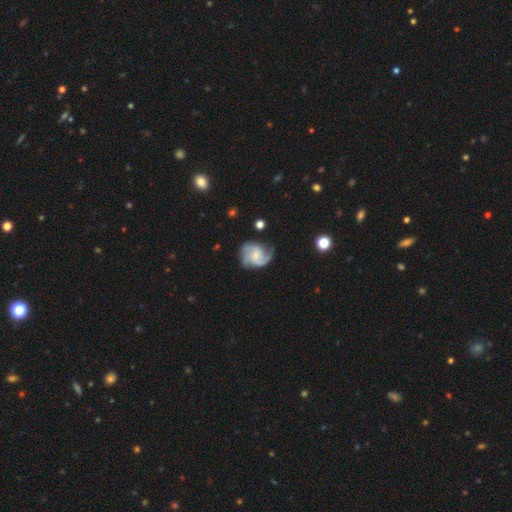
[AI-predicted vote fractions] Smooth or featured? Predicted: featured or disk (p=0.84). Edge-on disk? Predicted: no (p=0.98). Bar? Predicted: no (p=0.58). Spiral arms? Predicted: yes (p=0.97). Spiral winding? Predicted: medium (p=0.51). Spiral arm count? Predicted: 2 (p=0.46). Bulge size? Predicted: small (p=0.61). Merging? Predicted: none (p=0.68).